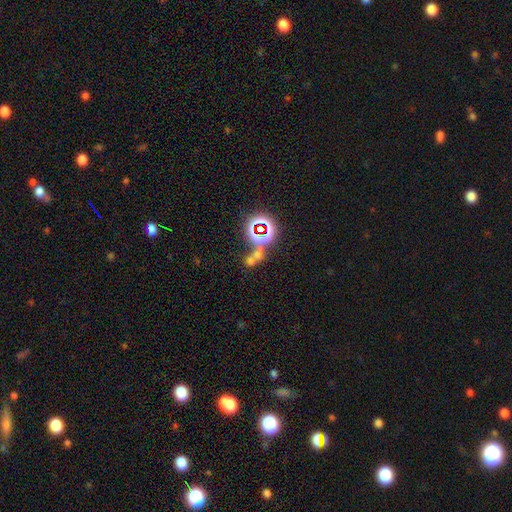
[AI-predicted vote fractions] The model was most divided on "smooth or featured": star or artifact: 47%, smooth: 39%, featured or disk: 14%.